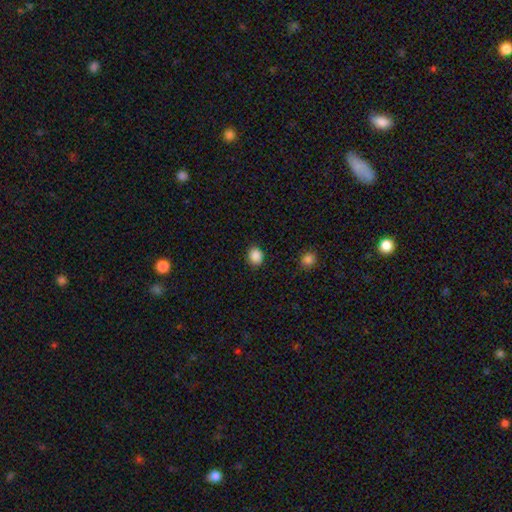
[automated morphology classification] The model was most divided on "how rounded": round: 69%, in between: 30%, cigar-shaped: 1%. More confident: merging — none (89%); smooth or featured — smooth (88%).